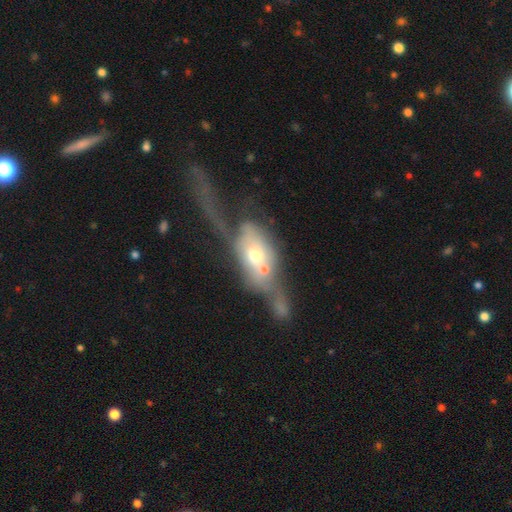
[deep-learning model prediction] featured or disk 59%, smooth 33%, star or artifact 8%. Down the decision tree: edge-on disk — no (77%); merging — merger (39%).